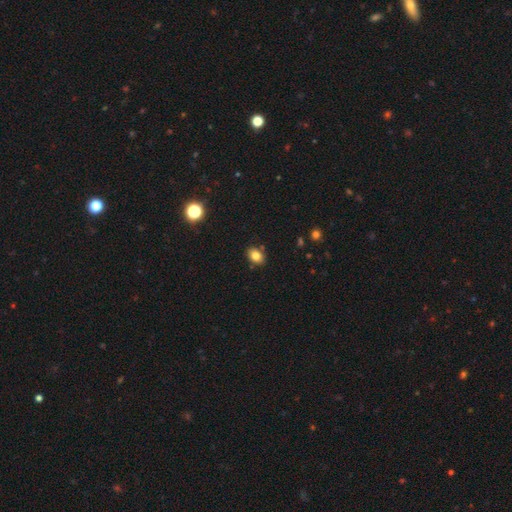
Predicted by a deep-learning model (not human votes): Morphology: type=smooth (81%); roundness=in between (72%); merging=none (84%).